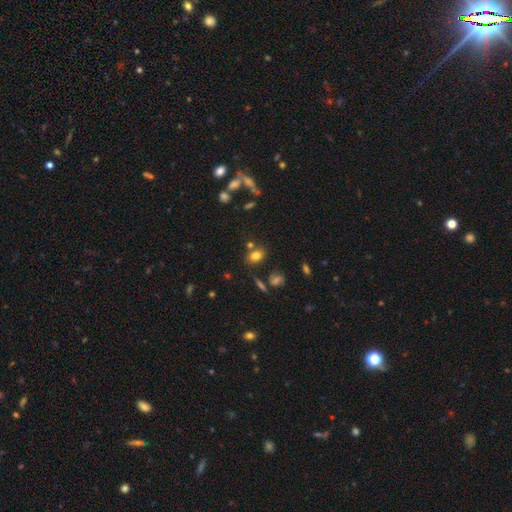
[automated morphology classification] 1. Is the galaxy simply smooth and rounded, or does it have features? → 77% smooth, 13% star or artifact, 10% featured or disk.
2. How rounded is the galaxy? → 69% in between, 29% round, 2% cigar-shaped.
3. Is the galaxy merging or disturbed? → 70% none, 14% merger, 12% minor disturbance, 4% major disturbance.